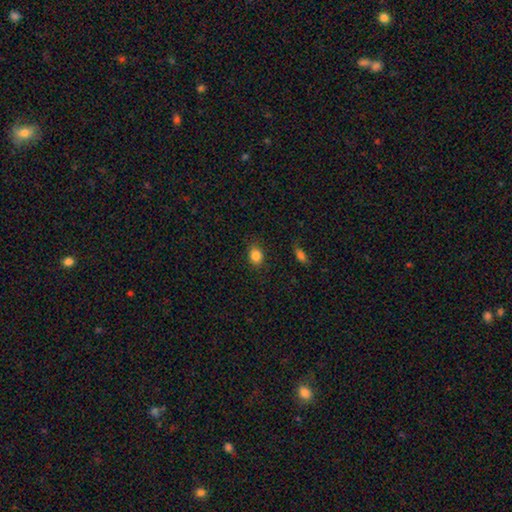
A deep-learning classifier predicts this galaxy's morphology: A smooth galaxy with no disk features (85%) that is in between round and cigar-shaped (53%). Merging: none (84%).